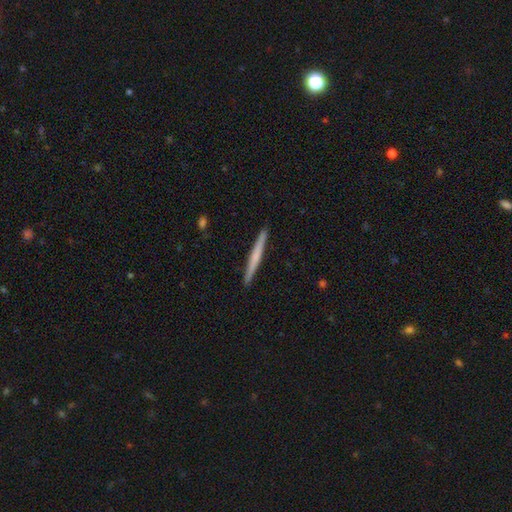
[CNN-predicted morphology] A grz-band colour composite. It shows a smooth galaxy with no disk features (48%). Merging: none (93%).